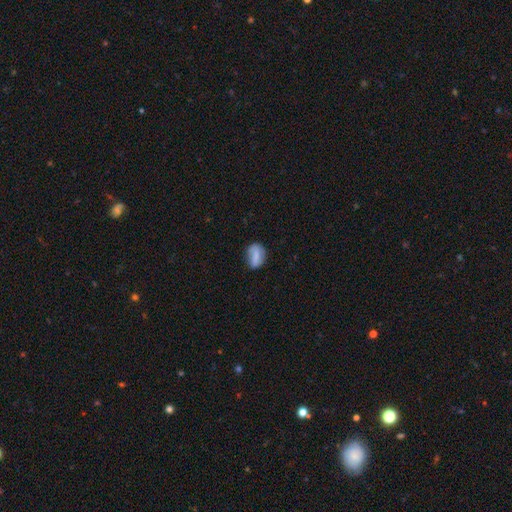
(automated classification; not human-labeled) This is likely a smooth galaxy (68%). How rounded: likely in between (68%). Merging: likely none (64%).